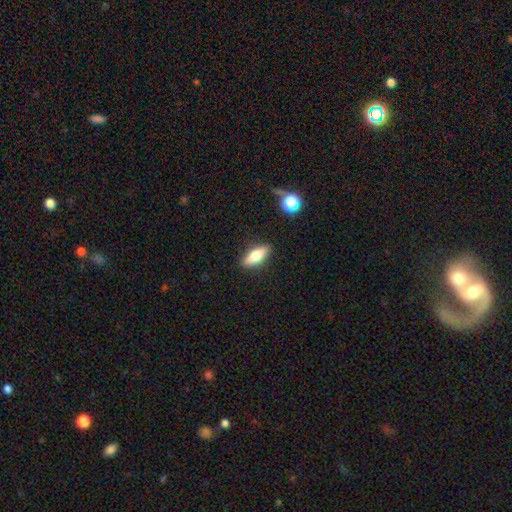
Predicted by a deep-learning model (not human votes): A smooth galaxy with no disk features (65%) that is in between round and cigar-shaped (62%). Merging: none (87%).